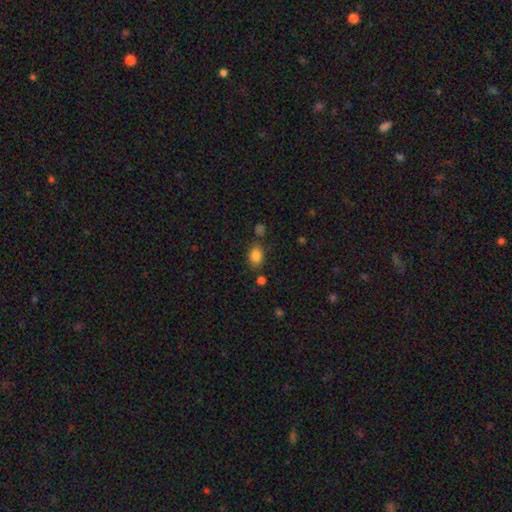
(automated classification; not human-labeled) This appears to be a smooth galaxy with no disk features (84%) that is in between round and cigar-shaped (74%). Merging: none (74%).